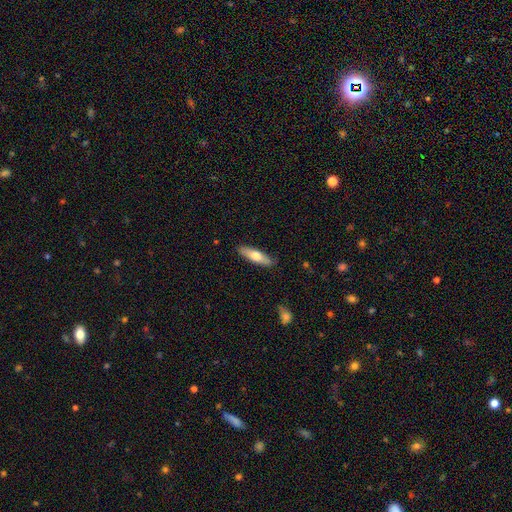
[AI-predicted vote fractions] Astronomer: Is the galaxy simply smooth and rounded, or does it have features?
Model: smooth — 65%.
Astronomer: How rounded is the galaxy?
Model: cigar-shaped — 62%.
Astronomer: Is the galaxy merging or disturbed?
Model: none — 87%.